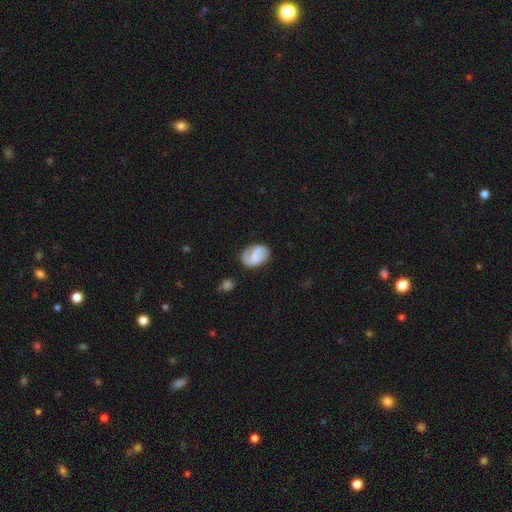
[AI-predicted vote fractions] Morphology: type=smooth (47%); merging=none (62%).